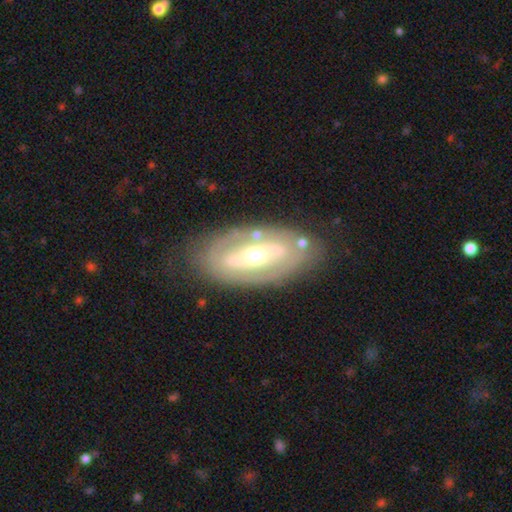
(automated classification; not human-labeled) Q: Smooth or featured?
A: featured or disk (75%); runner-up: smooth (20%)
Q: Edge-on disk?
A: no (90%); runner-up: yes (10%)
Q: Bar?
A: strong (40%); runner-up: no (35%)
Q: Spiral arms?
A: no (55%); runner-up: yes (45%)
Q: Bulge size?
A: moderate (59%); runner-up: small (33%)
Q: Merging?
A: none (77%); runner-up: minor disturbance (14%)